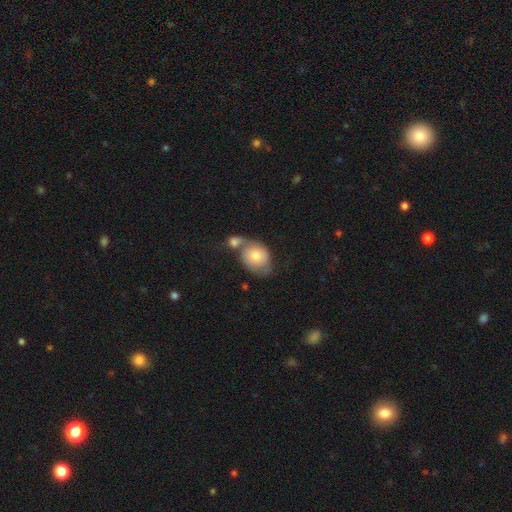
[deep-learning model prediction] Smooth or featured: smooth — 67% (featured or disk — 27%)
How rounded: in between — 51% (round — 47%)
Merging: merger — 55% (none — 20%)